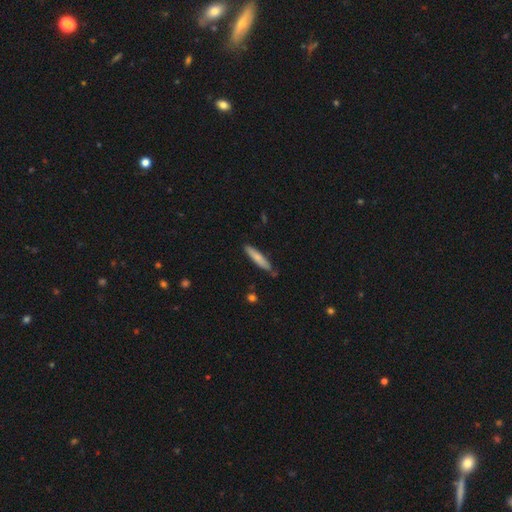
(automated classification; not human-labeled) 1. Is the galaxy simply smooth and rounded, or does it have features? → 72% smooth, 22% featured or disk, 6% star or artifact.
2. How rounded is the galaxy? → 89% cigar-shaped, 10% in between, 1% round.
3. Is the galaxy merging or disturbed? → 81% none, 14% minor disturbance, 3% merger, 2% major disturbance.